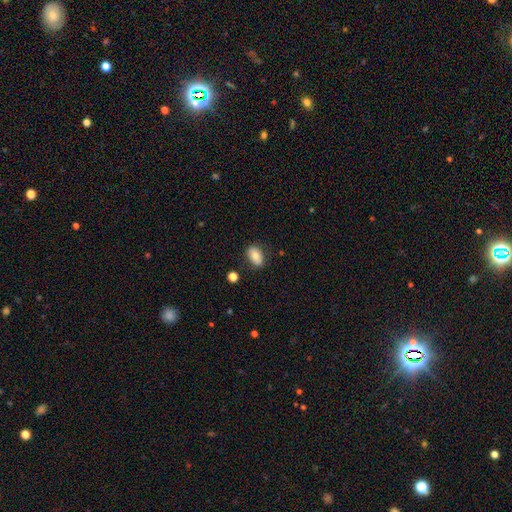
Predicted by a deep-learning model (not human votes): smooth_or_featured: smooth (p=0.77) [alt: featured or disk p=0.15]
how_rounded: in between (p=0.88) [alt: round p=0.10]
merging: none (p=0.79) [alt: minor disturbance p=0.15]